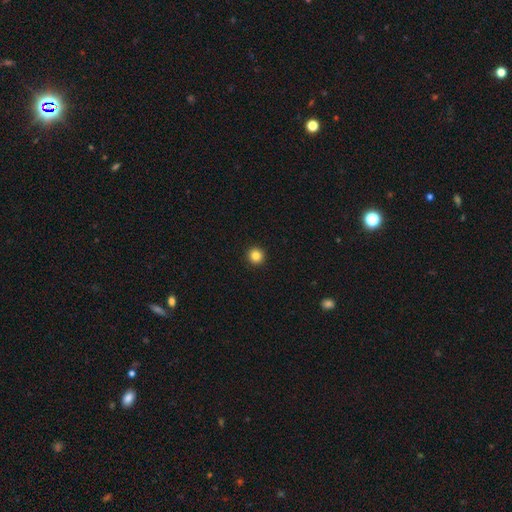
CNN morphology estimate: A smooth galaxy with no disk features (84%) that is round (96%).

Vote fractions:
- Smooth or featured? smooth: 84% / star or artifact: 11% / featured or disk: 5%
- How rounded? round: 96% / in between: 3% / cigar-shaped: 1%
- Merging? none: 94% / minor disturbance: 4% / major disturbance: 1% / merger: 1%